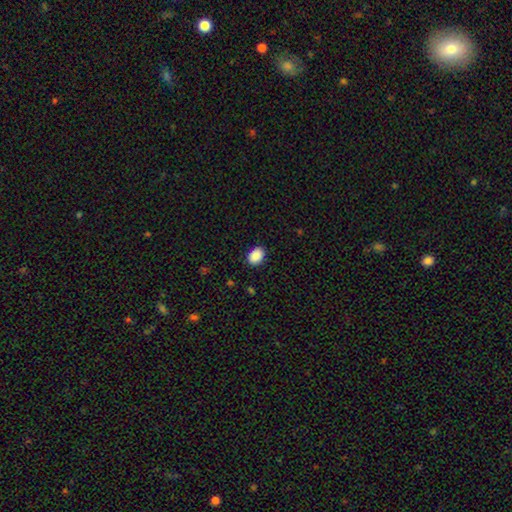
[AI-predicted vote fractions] This appears to be a smooth galaxy with no disk features (90%) that is in between round and cigar-shaped (73%). Merging: none (88%).